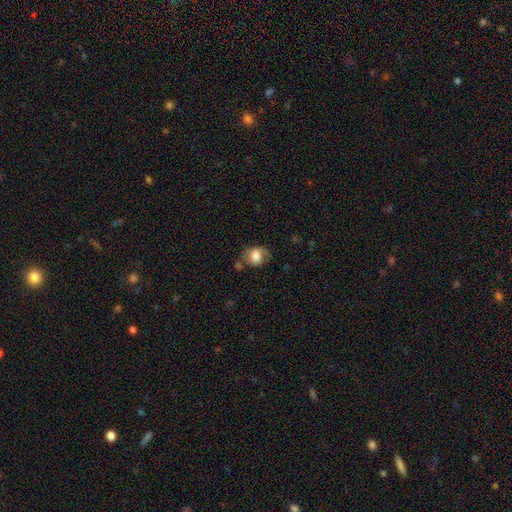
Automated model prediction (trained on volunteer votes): This appears to be a smooth galaxy with no disk features (71%) that is in between round and cigar-shaped (57%). Merging: none (54%).